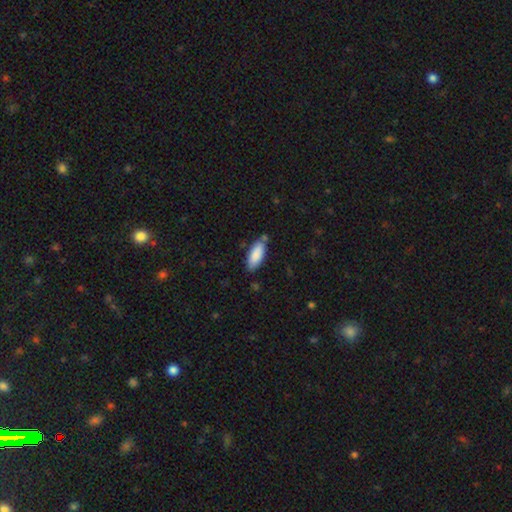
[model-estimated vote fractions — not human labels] A smooth galaxy with no disk features (88%) that is in between round and cigar-shaped (77%).

Vote fractions:
- Smooth or featured? smooth: 88% / featured or disk: 7% / star or artifact: 6%
- How rounded? in between: 77% / cigar-shaped: 21% / round: 2%
- Merging? none: 75% / minor disturbance: 17% / merger: 6% / major disturbance: 3%